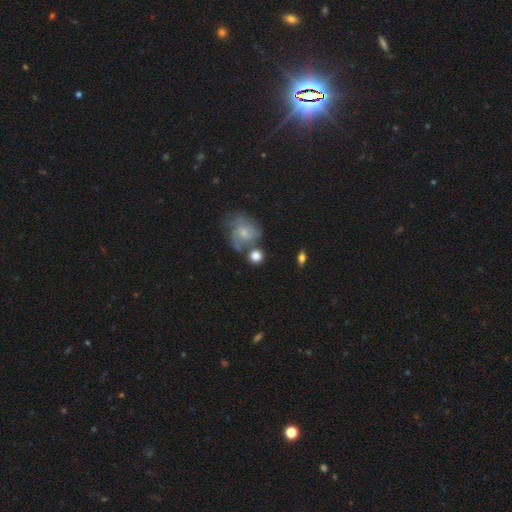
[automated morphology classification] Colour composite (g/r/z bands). It shows a smooth galaxy with no disk features (68%) that is round (82%). Merging: none (58%).